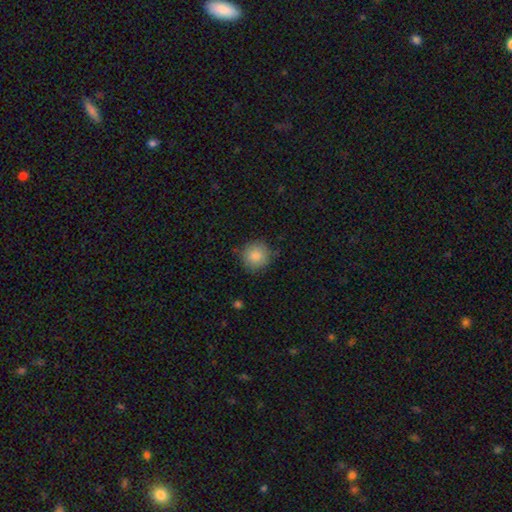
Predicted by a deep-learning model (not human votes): Q: Smooth or featured?
A: smooth (85%); runner-up: star or artifact (9%)
Q: How rounded?
A: round (93%); runner-up: in between (6%)
Q: Merging?
A: none (84%); runner-up: minor disturbance (12%)